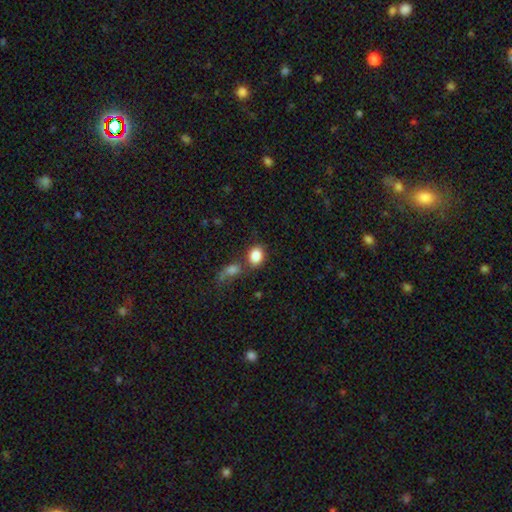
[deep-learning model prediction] Morphology: type=smooth (86%); roundness=in between (56%); merging=none (61%).